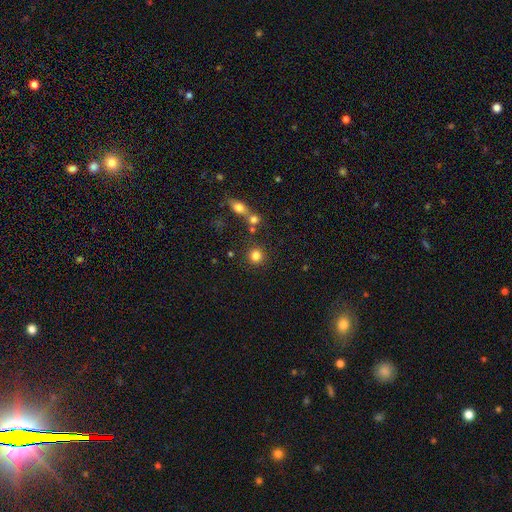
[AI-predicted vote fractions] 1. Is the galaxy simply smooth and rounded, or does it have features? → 82% smooth, 12% star or artifact, 6% featured or disk.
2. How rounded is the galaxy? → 90% round, 9% in between, 1% cigar-shaped.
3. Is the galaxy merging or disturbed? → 81% none, 9% merger, 7% minor disturbance, 3% major disturbance.